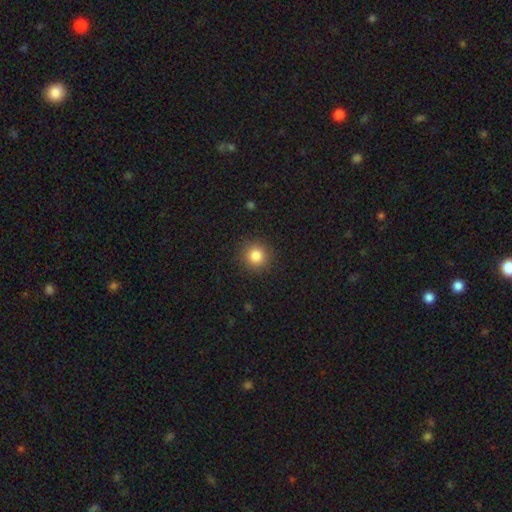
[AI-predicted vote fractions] This appears to be a smooth galaxy with no disk features (84%) that is round (93%). Merging: none (90%).